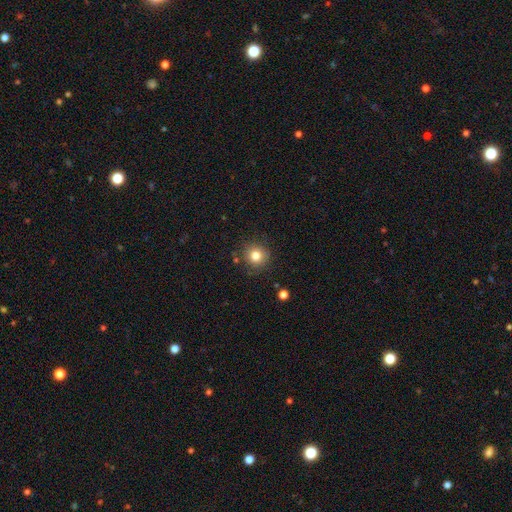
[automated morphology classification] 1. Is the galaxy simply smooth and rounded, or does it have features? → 81% smooth, 12% star or artifact, 7% featured or disk.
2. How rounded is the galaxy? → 92% round, 7% in between, 1% cigar-shaped.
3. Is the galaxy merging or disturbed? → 85% none, 9% minor disturbance, 3% major disturbance, 2% merger.